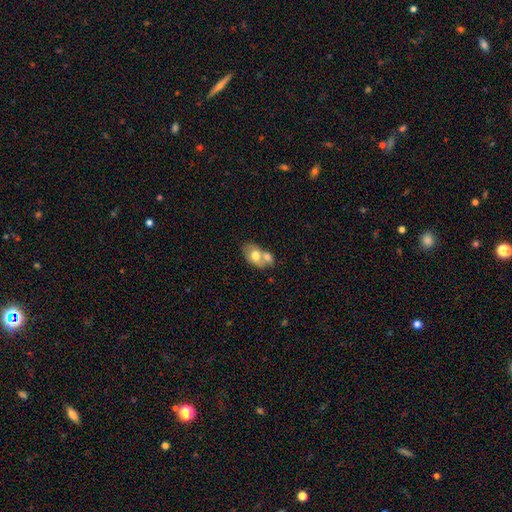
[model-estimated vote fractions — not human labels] smooth_or_featured: smooth (p=0.66) [alt: featured or disk p=0.27]
how_rounded: in between (p=0.83) [alt: round p=0.15]
merging: merger (p=0.59) [alt: none p=0.27]